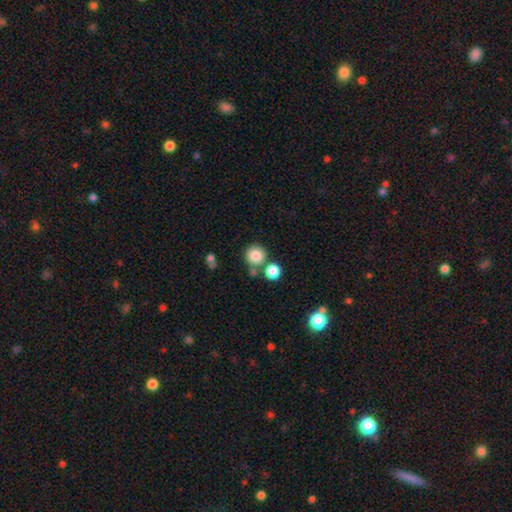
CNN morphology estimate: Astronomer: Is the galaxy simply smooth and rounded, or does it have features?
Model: smooth — 83%.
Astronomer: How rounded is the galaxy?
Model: round — 93%.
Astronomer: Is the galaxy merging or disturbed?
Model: none — 70%.